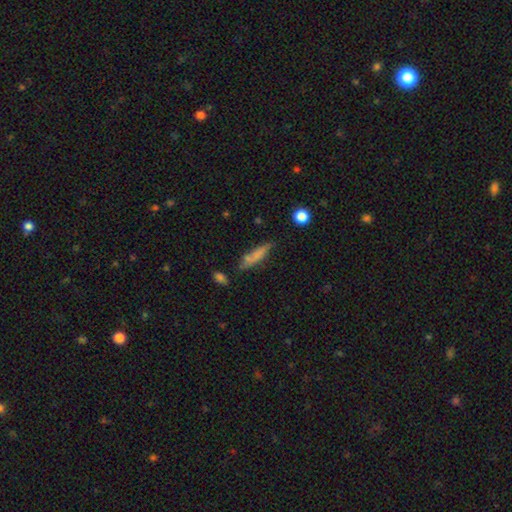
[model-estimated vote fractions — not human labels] smooth-or-featured: smooth: 69% | featured or disk: 22% | star or artifact: 8%
  how-rounded: cigar-shaped: 78% | in between: 20% | round: 2%
  merging: none: 64% | minor disturbance: 22% | merger: 8% | major disturbance: 6%